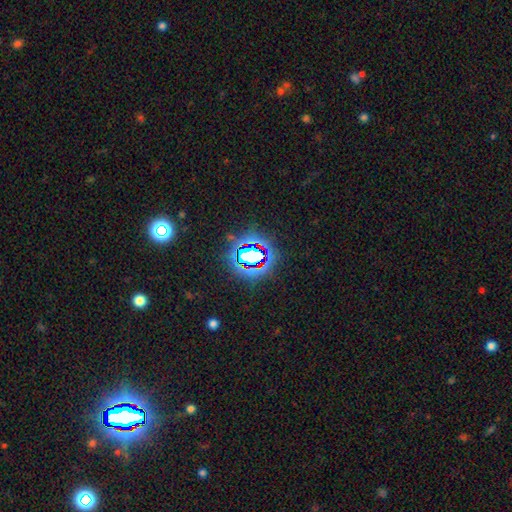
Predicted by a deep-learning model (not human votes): Q: Smooth or featured?
A: star or artifact (80%); runner-up: smooth (12%)